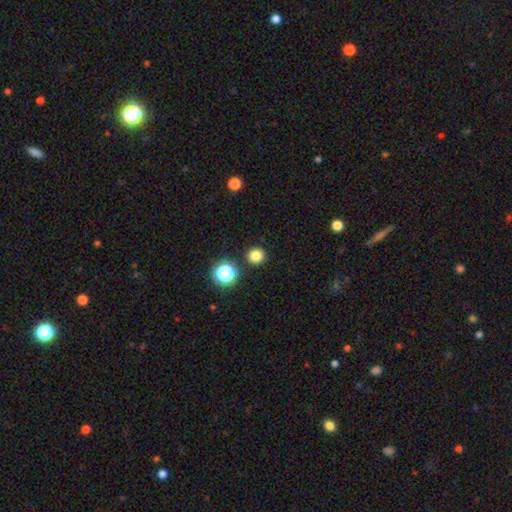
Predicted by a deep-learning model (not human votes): Smooth or featured: smooth — 81% (star or artifact — 15%)
How rounded: round — 92% (in between — 7%)
Merging: none — 90% (minor disturbance — 5%)